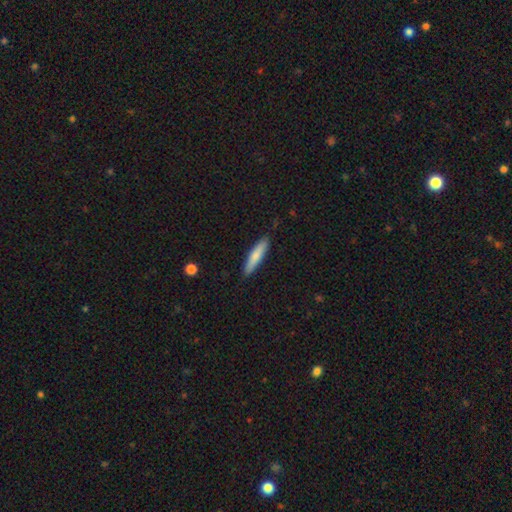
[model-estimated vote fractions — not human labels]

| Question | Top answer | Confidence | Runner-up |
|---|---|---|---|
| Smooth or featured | smooth | 76% | featured or disk (18%) |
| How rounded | cigar-shaped | 83% | in between (15%) |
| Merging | none | 88% | minor disturbance (9%) |